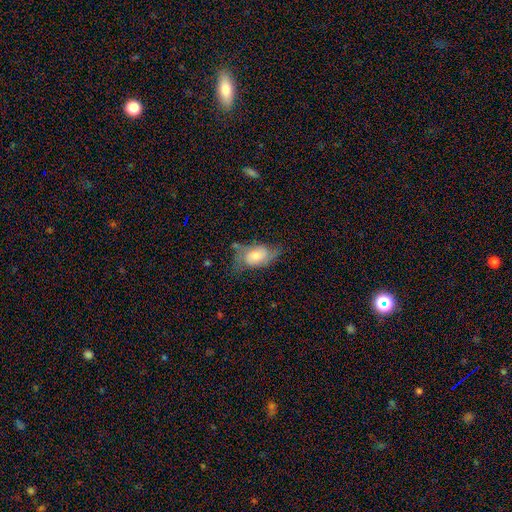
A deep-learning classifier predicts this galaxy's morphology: featured or disk 48%, smooth 44%, star or artifact 9%. Down the decision tree: merging — none (51%).